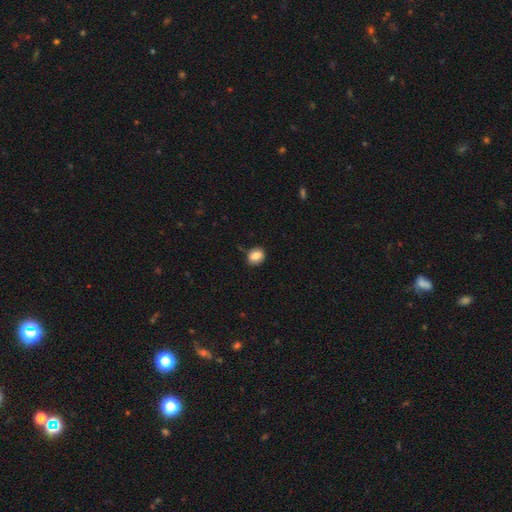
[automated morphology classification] smooth_or_featured: smooth (p=0.82) [alt: featured or disk p=0.09]
how_rounded: round (p=0.50) [alt: in between p=0.48]
merging: none (p=0.82) [alt: minor disturbance p=0.13]